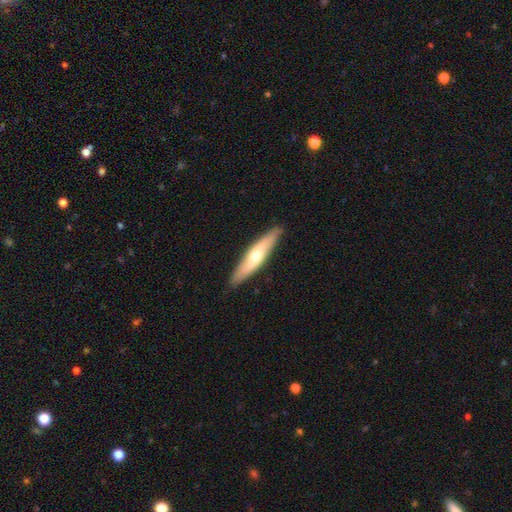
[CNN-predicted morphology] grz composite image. It shows a featured or disk galaxy (48%). Merging: none (89%).